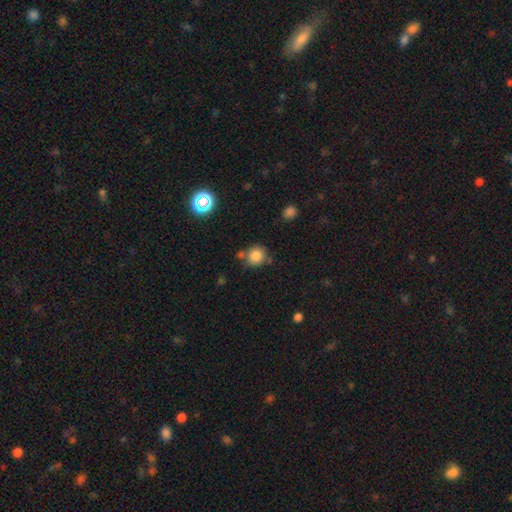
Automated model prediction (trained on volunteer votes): smooth 82%, star or artifact 12%, featured or disk 6%. Down the decision tree: how rounded — round (87%); merging — none (69%).